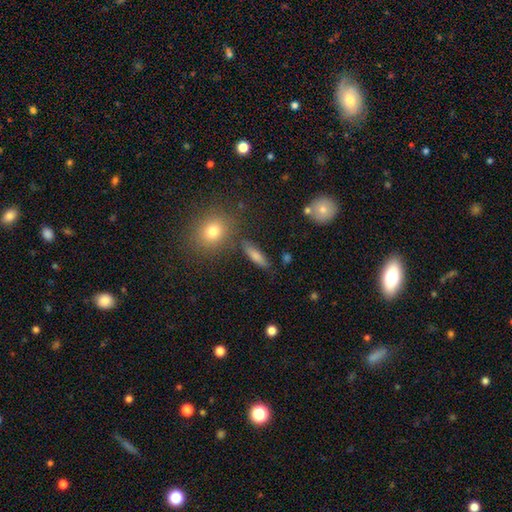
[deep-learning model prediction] Smooth or featured? smooth (76%)
How rounded? cigar-shaped (58%)
Merging? none (80%)